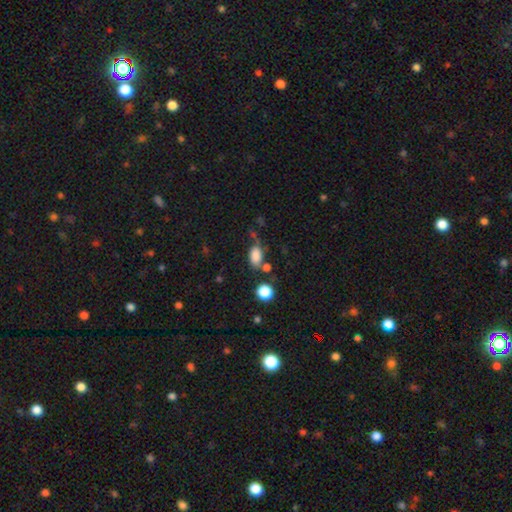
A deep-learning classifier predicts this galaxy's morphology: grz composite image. It shows a smooth galaxy with no disk features (82%) that is in between round and cigar-shaped (85%). Merging: none (53%).